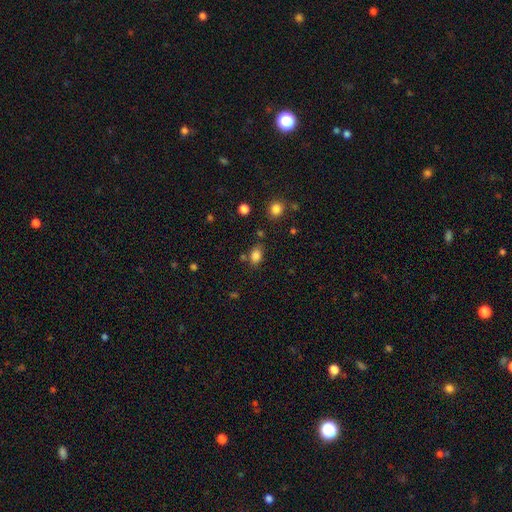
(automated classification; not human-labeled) The model was most divided on "how rounded": in between: 78%, round: 21%, cigar-shaped: 2%. More confident: smooth or featured — smooth (82%); merging — none (73%).